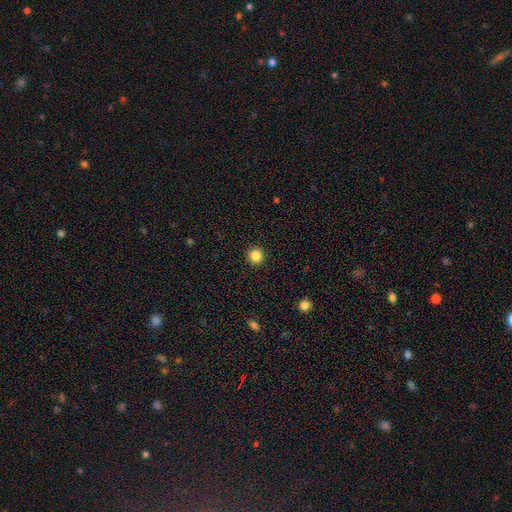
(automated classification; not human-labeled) A smooth galaxy with no disk features (86%) that is round (94%). Merging: none (93%).